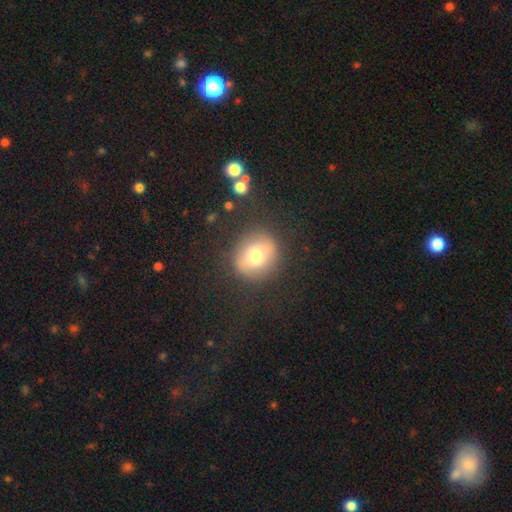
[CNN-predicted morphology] Smooth or featured: smooth — 72% (featured or disk — 17%)
How rounded: round — 82% (in between — 17%)
Merging: none — 83% (minor disturbance — 10%)